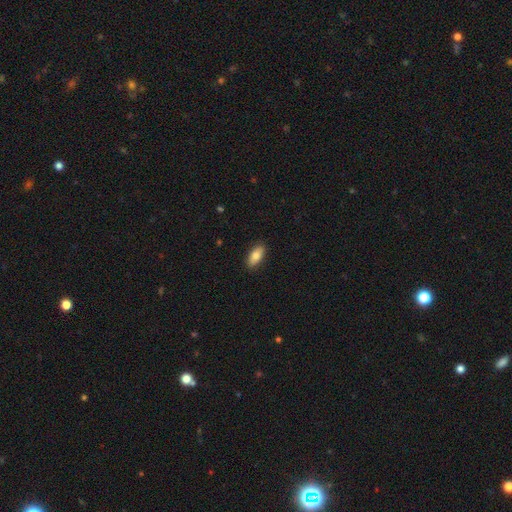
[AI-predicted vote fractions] smooth 80%, featured or disk 14%, star or artifact 6%. Down the decision tree: how rounded — in between (86%); merging — none (89%).